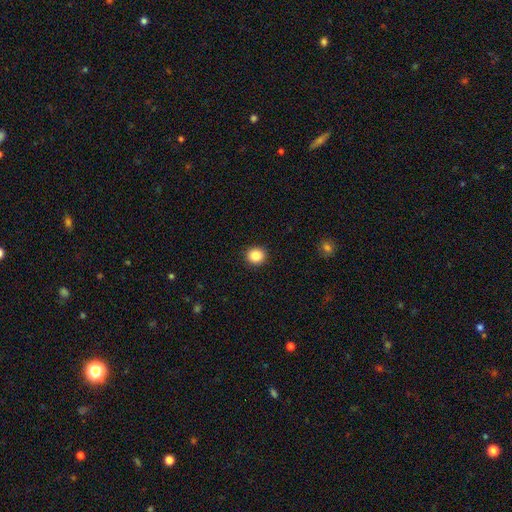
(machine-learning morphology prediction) smooth 86%, star or artifact 10%, featured or disk 4%. Down the decision tree: how rounded — round (90%); merging — none (92%).